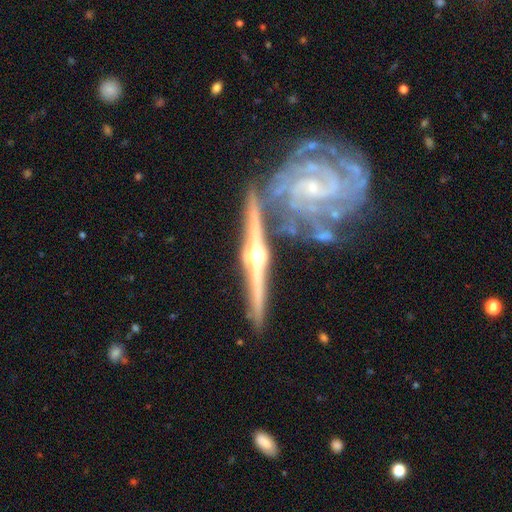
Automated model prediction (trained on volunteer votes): smooth_or_featured: featured or disk (p=0.88) [alt: smooth p=0.07]
disk_edge_on: yes (p=0.95) [alt: no p=0.05]
edge_on_bulge: rounded (p=0.95) [alt: boxy p=0.03]
merging: none (p=0.69) [alt: merger p=0.14]